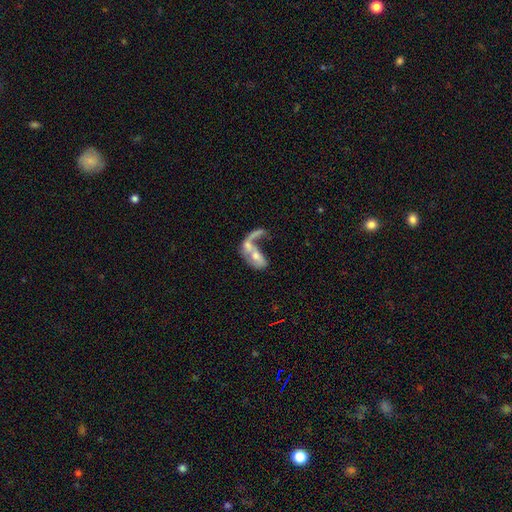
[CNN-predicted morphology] Q: Smooth or featured?
A: featured or disk (52%); runner-up: smooth (40%)
Q: Edge-on disk?
A: no (91%); runner-up: yes (9%)
Q: Merging?
A: merger (58%); runner-up: major disturbance (24%)